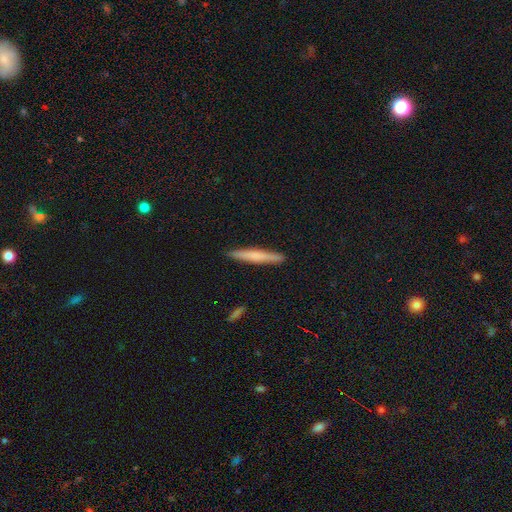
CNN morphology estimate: The model was most divided on "smooth or featured": smooth: 60%, featured or disk: 35%, star or artifact: 6%. More confident: how rounded — cigar-shaped (96%); merging — none (92%).